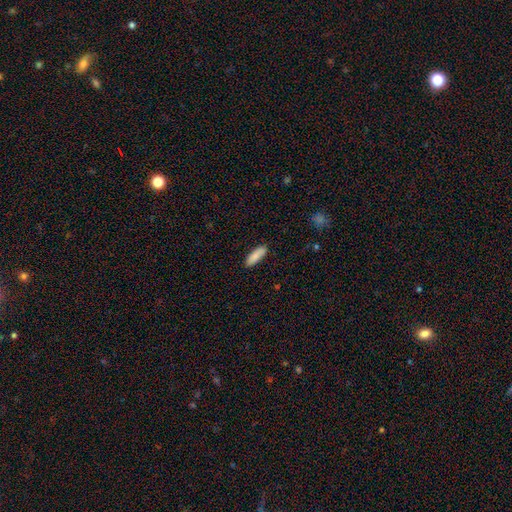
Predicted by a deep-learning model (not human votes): Overall: smooth (88%). How rounded: in between (52%; cigar-shaped 46%). Merging: none (89%).